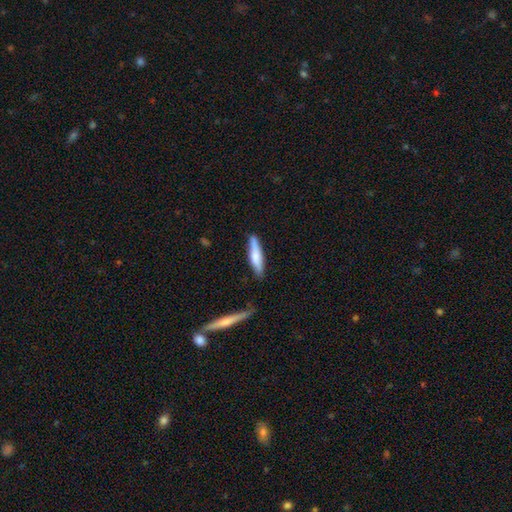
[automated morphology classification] This is likely a smooth galaxy (69%). How rounded: likely cigar-shaped (80%). Merging: likely none (80%).